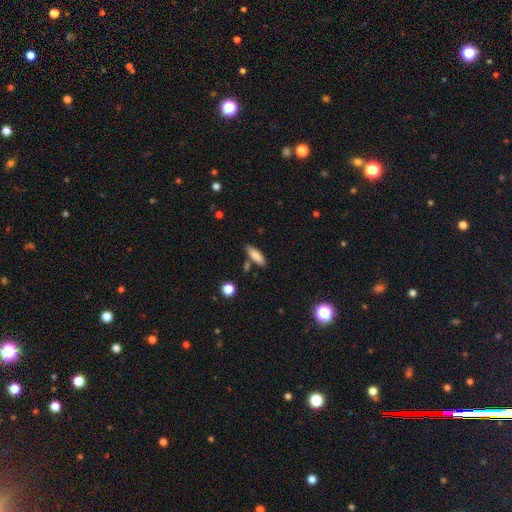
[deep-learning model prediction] smooth-or-featured: smooth: 82% | featured or disk: 10% | star or artifact: 7%
  how-rounded: in between: 59% | cigar-shaped: 39% | round: 2%
  merging: none: 75% | minor disturbance: 14% | merger: 8% | major disturbance: 3%